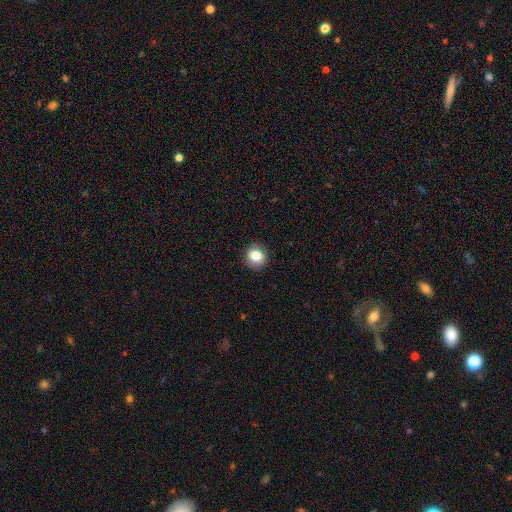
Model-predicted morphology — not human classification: Smooth or featured? Predicted: smooth (p=0.82). How rounded? Predicted: round (p=0.88). Merging? Predicted: none (p=0.91).